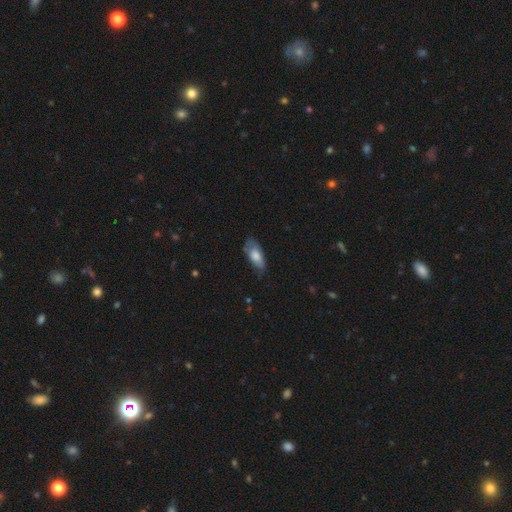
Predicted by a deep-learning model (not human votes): Smooth or featured: smooth — 69% (featured or disk — 25%)
How rounded: in between — 83% (cigar-shaped — 15%)
Merging: none — 54% (minor disturbance — 33%)